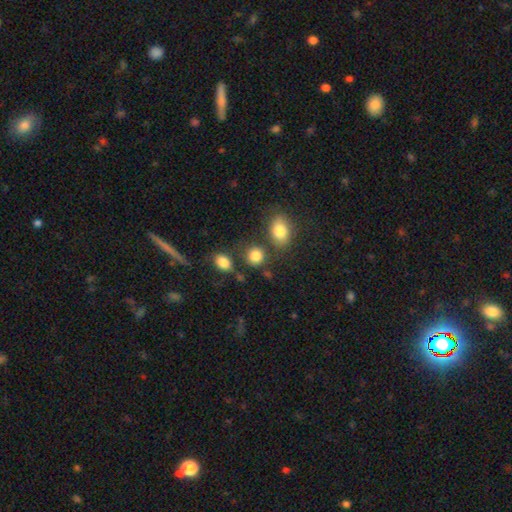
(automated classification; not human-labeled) Overall: smooth (83%). How rounded: round (73%). Merging: none (73%).